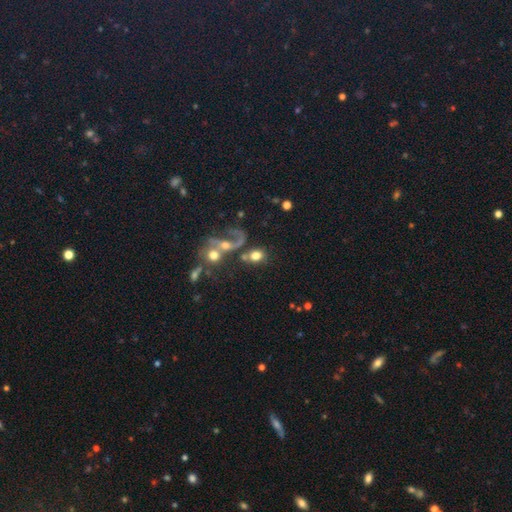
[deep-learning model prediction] Q: Smooth or featured?
A: smooth (65%); runner-up: featured or disk (23%)
Q: How rounded?
A: round (57%); runner-up: in between (41%)
Q: Merging?
A: merger (36%); runner-up: none (35%)